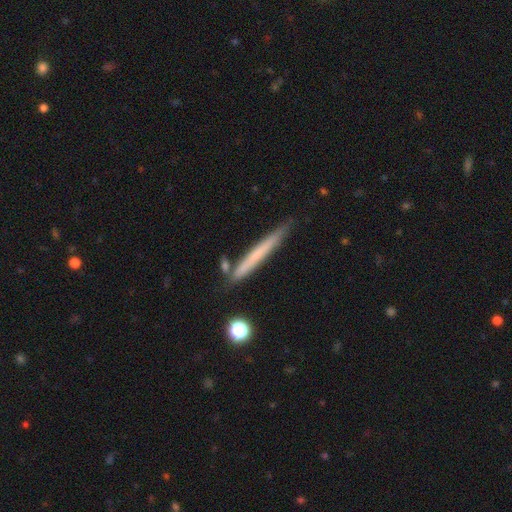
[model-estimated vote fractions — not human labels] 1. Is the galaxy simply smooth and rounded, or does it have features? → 56% smooth, 37% featured or disk, 7% star or artifact.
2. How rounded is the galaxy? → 97% cigar-shaped, 2% in between, 1% round.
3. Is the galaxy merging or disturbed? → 81% none, 12% minor disturbance, 5% merger, 2% major disturbance.